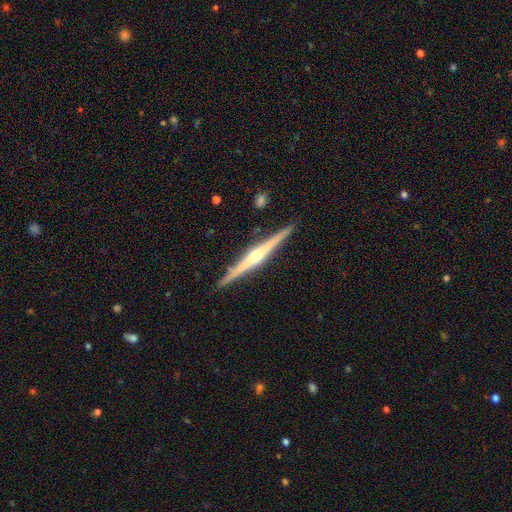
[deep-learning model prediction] Q: Smooth or featured?
A: featured or disk (80%); runner-up: smooth (15%)
Q: Edge-on disk?
A: yes (98%); runner-up: no (2%)
Q: Edge-on bulge?
A: rounded (80%); runner-up: none (11%)
Q: Merging?
A: none (90%); runner-up: minor disturbance (7%)